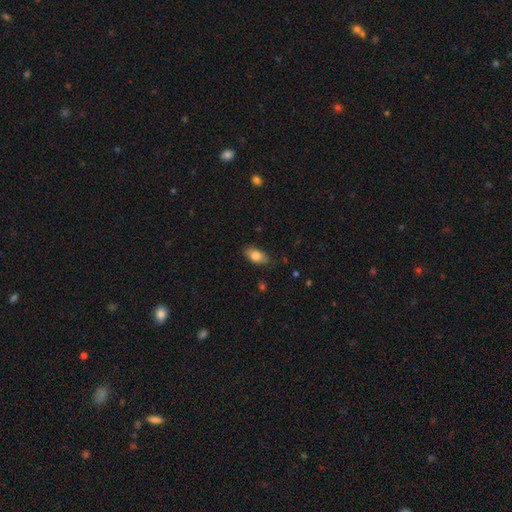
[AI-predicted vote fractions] Morphology: type=smooth (80%); roundness=in between (90%); merging=none (81%).